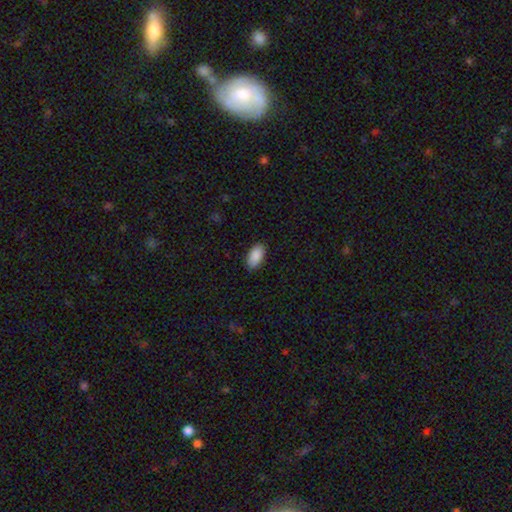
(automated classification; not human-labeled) A smooth galaxy with no disk features (90%) that is in between round and cigar-shaped (95%).

Vote fractions:
- Smooth or featured? smooth: 90% / star or artifact: 6% / featured or disk: 4%
- How rounded? in between: 95% / cigar-shaped: 3% / round: 2%
- Merging? none: 88% / minor disturbance: 9% / major disturbance: 2% / merger: 1%